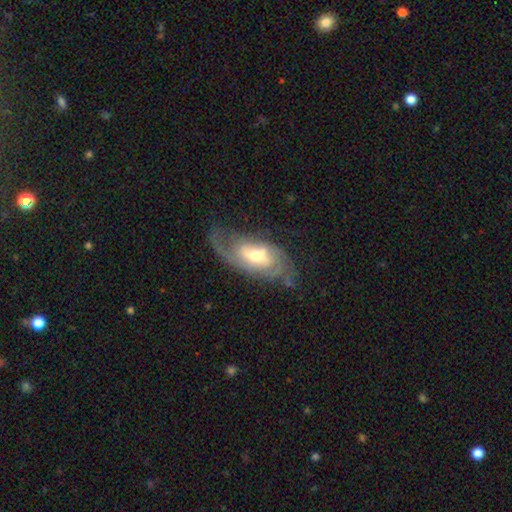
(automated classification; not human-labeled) The model was most divided on "bar": weak: 45%, no: 38%, strong: 16%. Remaining: edge-on disk — no (92%); spiral arms — yes (89%); smooth or featured — featured or disk (77%); bulge size — moderate (66%); merging — none (54%); spiral arm count — 2 (47%); spiral winding — medium (41%).